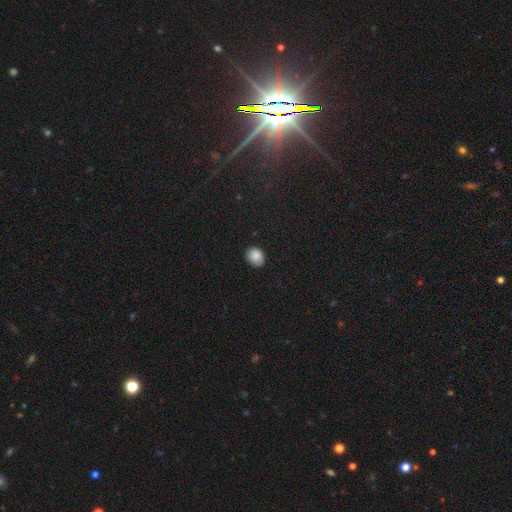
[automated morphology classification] Overall: smooth (85%). How rounded: round (60%; in between 39%). Merging: none (78%).